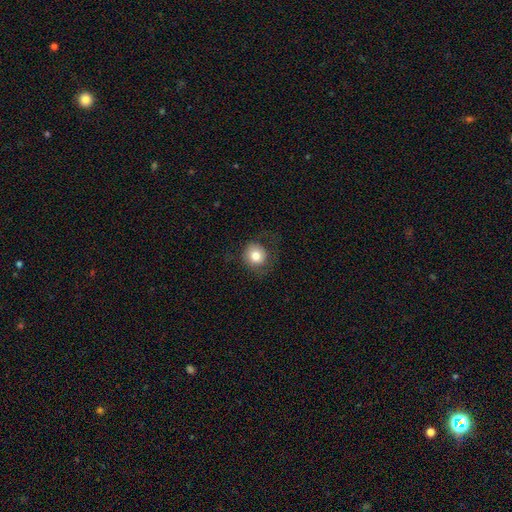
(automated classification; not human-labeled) This is likely a smooth galaxy (79%). How rounded: clearly round (89%). Merging: likely none (69%).